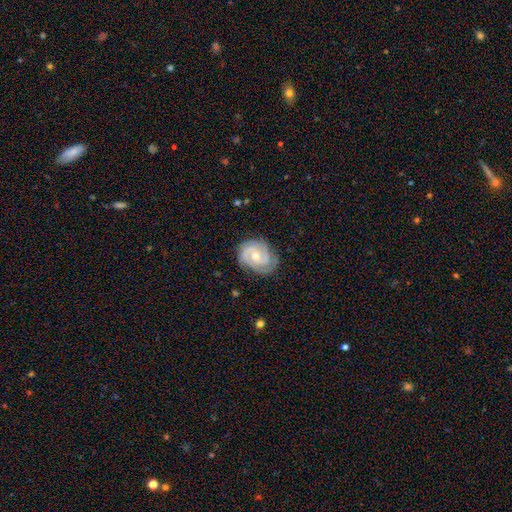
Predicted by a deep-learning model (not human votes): smooth_or_featured: featured or disk (p=0.88) [alt: smooth p=0.08]
disk_edge_on: no (p=0.98) [alt: yes p=0.02]
bar: no (p=0.66) [alt: weak p=0.28]
has_spiral_arms: yes (p=0.97) [alt: no p=0.03]
spiral_winding: tight (p=0.72) [alt: medium p=0.24]
spiral_arm_count: 2 (p=0.48) [alt: 3 p=0.29]
bulge_size: moderate (p=0.55) [alt: small p=0.41]
merging: none (p=0.77) [alt: minor disturbance p=0.17]